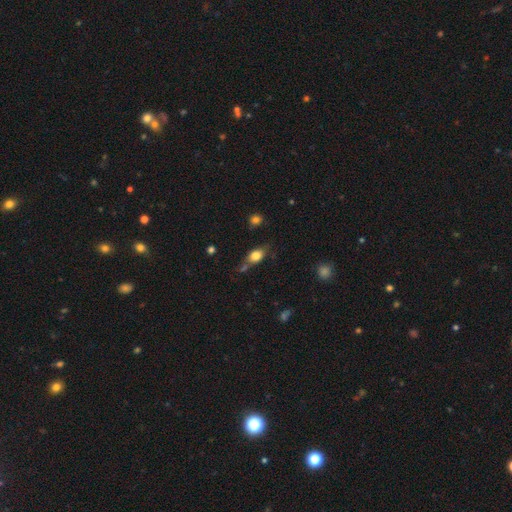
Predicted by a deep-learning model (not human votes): This is likely a smooth galaxy (78%). How rounded: likely in between (71%). Merging: possibly none (59%).